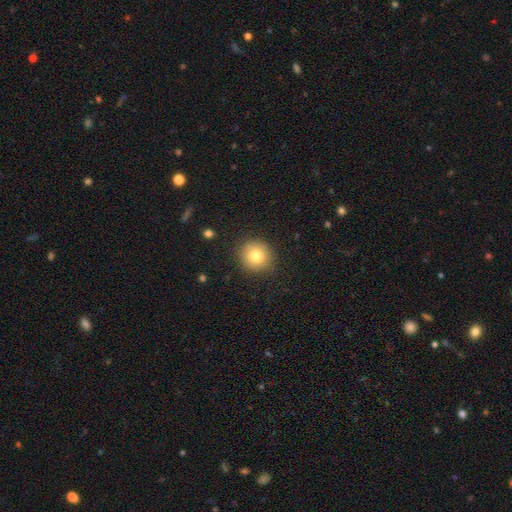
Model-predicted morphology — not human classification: A smooth galaxy with no disk features (79%) that is round (92%). Merging: none (88%).